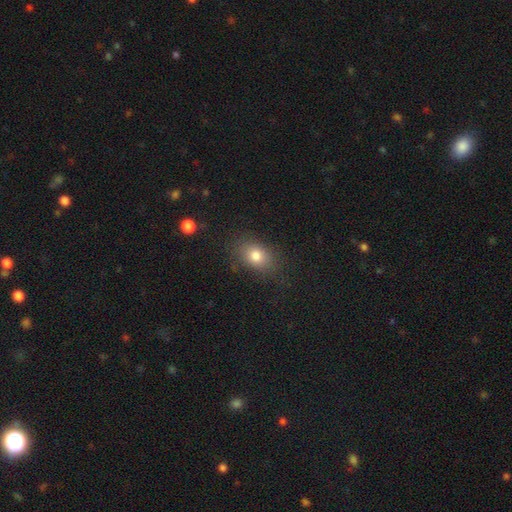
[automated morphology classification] Q: Smooth or featured?
A: smooth (79%); runner-up: star or artifact (11%)
Q: How rounded?
A: in between (70%); runner-up: round (28%)
Q: Merging?
A: none (78%); runner-up: minor disturbance (15%)